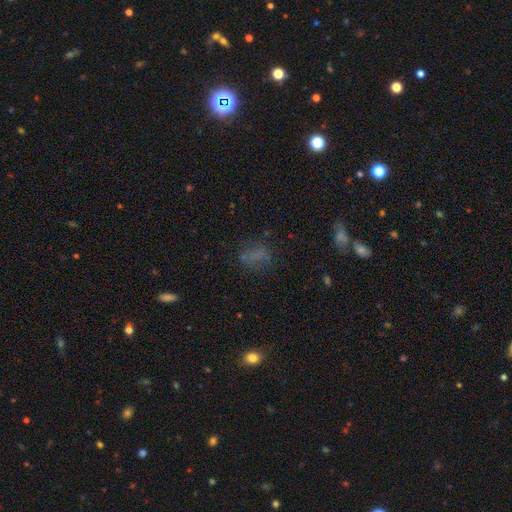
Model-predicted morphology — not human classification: Smooth or featured? smooth (60%)
How rounded? in between (70%)
Merging? none (64%)